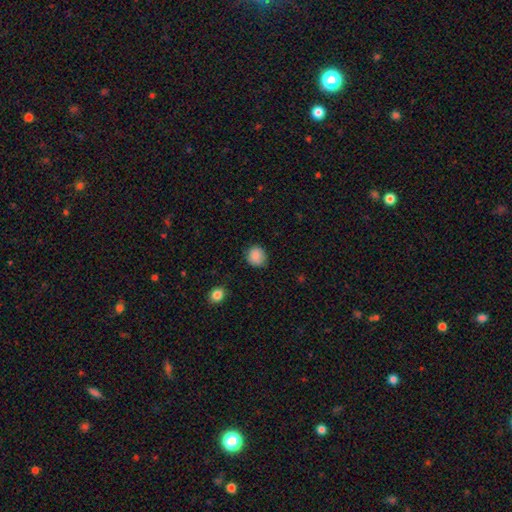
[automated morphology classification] The model was most divided on "how rounded": round: 84%, in between: 15%, cigar-shaped: 1%. More confident: smooth or featured — smooth (88%); merging — none (84%).